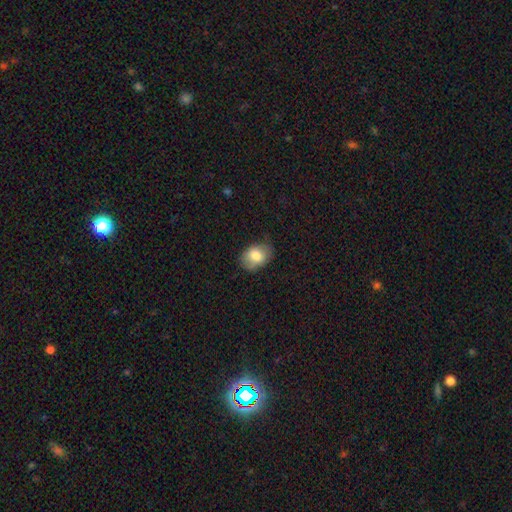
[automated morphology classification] This is likely a smooth galaxy (79%). How rounded: likely in between (74%). Merging: likely none (76%).